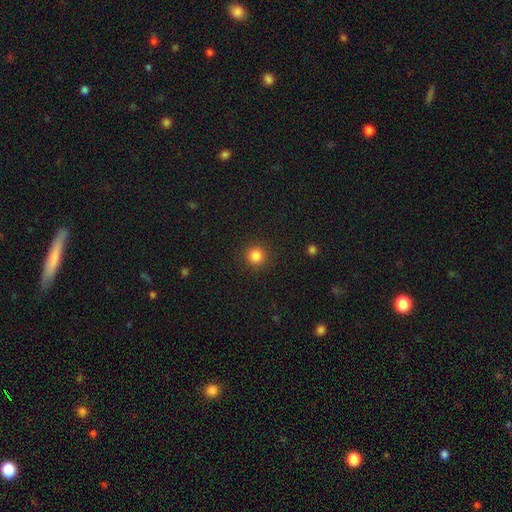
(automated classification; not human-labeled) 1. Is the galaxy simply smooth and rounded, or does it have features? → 84% smooth, 12% star or artifact, 4% featured or disk.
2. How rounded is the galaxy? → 95% round, 5% in between, 1% cigar-shaped.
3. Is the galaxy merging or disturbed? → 92% none, 5% minor disturbance, 2% major disturbance, 1% merger.